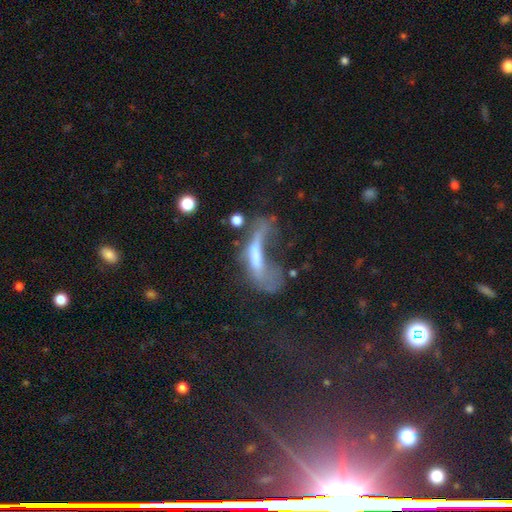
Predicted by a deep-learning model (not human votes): Smooth or featured?
  - featured or disk: 46% *
  - smooth: 42%
  - star or artifact: 12%
Merging?
  - major disturbance: 53% *
  - merger: 21%
  - none: 14%
  - minor disturbance: 11%